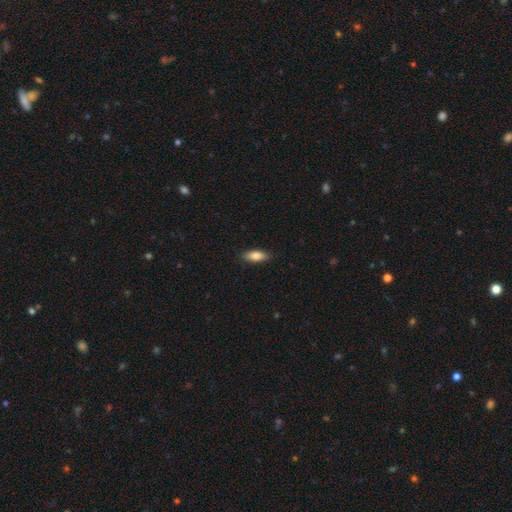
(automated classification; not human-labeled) Smooth or featured: smooth — 82% (featured or disk — 12%)
How rounded: in between — 74% (cigar-shaped — 24%)
Merging: none — 88% (minor disturbance — 9%)